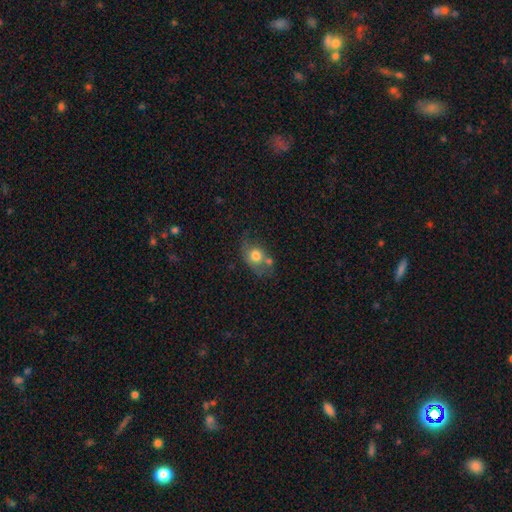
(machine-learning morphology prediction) smooth 70%, featured or disk 21%, star or artifact 9%. Down the decision tree: how rounded — in between (53%); merging — none (42%).